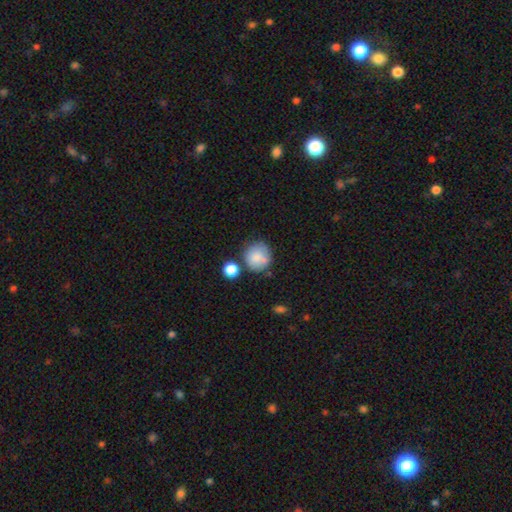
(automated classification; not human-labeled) smooth-or-featured: smooth: 80% | featured or disk: 11% | star or artifact: 8%
  how-rounded: round: 90% | in between: 9% | cigar-shaped: 1%
  merging: none: 63% | minor disturbance: 16% | merger: 15% | major disturbance: 5%